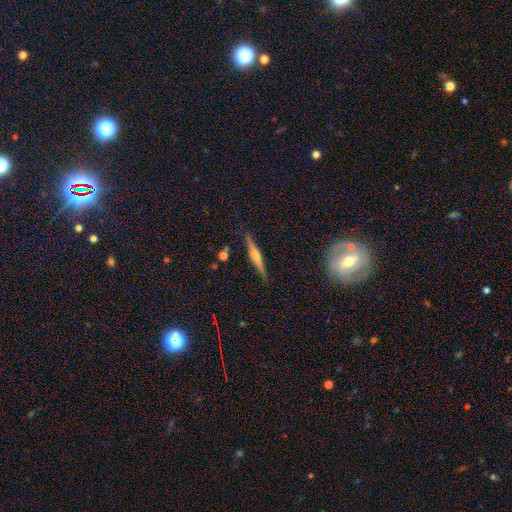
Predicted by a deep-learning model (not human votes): A featured or disk galaxy (70%) viewed edge-on (97%) with a rounded central bulge (85%).

Vote fractions:
- Smooth or featured? featured or disk: 70% / smooth: 23% / star or artifact: 7%
- Edge-on disk? yes: 97% / no: 3%
- Edge-on bulge? rounded: 85% / none: 8% / boxy: 7%
- Merging? none: 89% / minor disturbance: 8% / major disturbance: 2% / merger: 2%